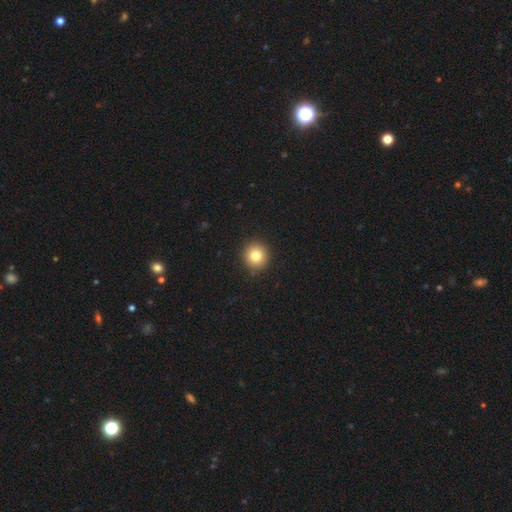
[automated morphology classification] smooth 81%, star or artifact 11%, featured or disk 8%. Down the decision tree: how rounded — round (92%); merging — none (91%).